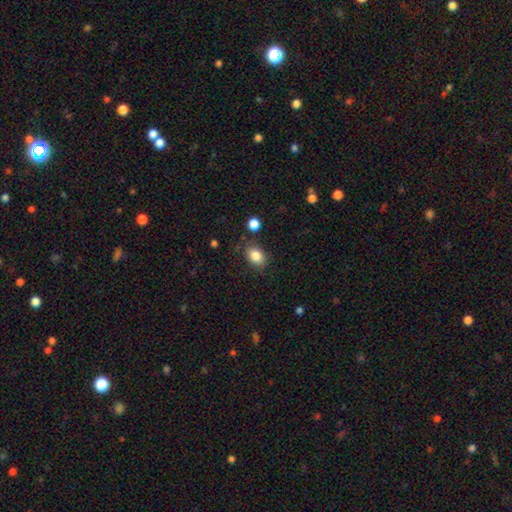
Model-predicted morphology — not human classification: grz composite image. It shows a smooth galaxy with no disk features (85%) that is in between round and cigar-shaped (73%). Merging: none (80%).